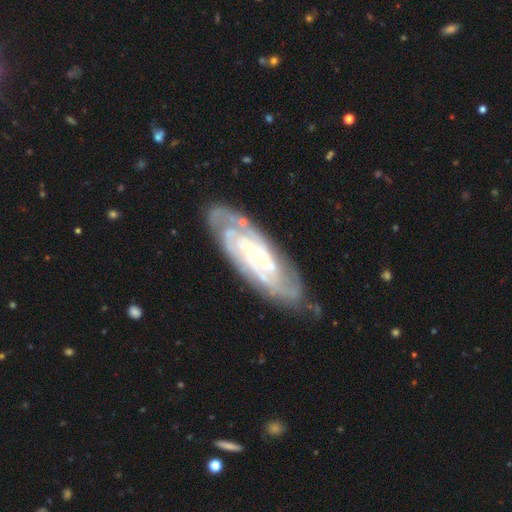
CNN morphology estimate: smooth-or-featured: featured or disk: 87% | smooth: 8% | star or artifact: 5%
  disk-edge-on: no: 90% | yes: 10%
    bar: no: 68% | weak: 22% | strong: 9%
    has-spiral-arms: yes: 95% | no: 5%
      spiral-winding: tight: 72% | medium: 23% | loose: 4%
      spiral-arm-count: can't tell: 34% | 2: 29% | 3: 16% | 4: 11% | more than 4: 5% | 1: 5%
    bulge-size: small: 79% | moderate: 17% | none: 2% | large: 1% | dominant: 1%
  merging: none: 77% | minor disturbance: 16% | major disturbance: 5% | merger: 2%